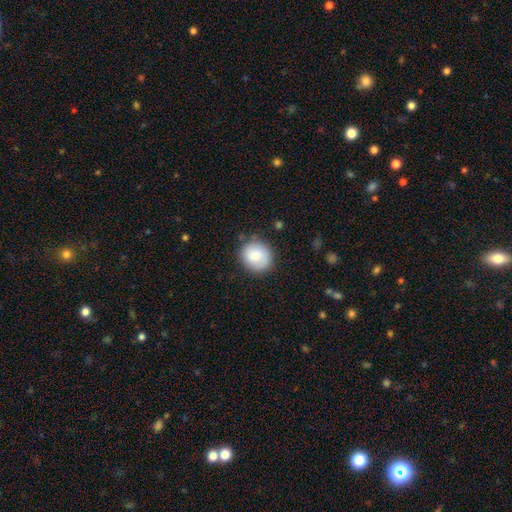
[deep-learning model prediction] A smooth galaxy with no disk features (80%) that is round (84%).

Vote fractions:
- Smooth or featured? smooth: 80% / featured or disk: 13% / star or artifact: 7%
- How rounded? round: 84% / in between: 15% / cigar-shaped: 1%
- Merging? none: 80% / minor disturbance: 14% / major disturbance: 4% / merger: 2%